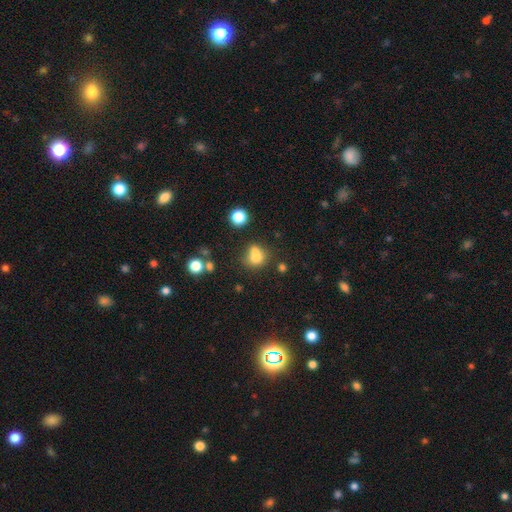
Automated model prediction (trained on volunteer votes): smooth_or_featured: smooth (p=0.73) [alt: star or artifact p=0.14]
how_rounded: round (p=0.62) [alt: in between p=0.36]
merging: none (p=0.40) [alt: merger p=0.39]